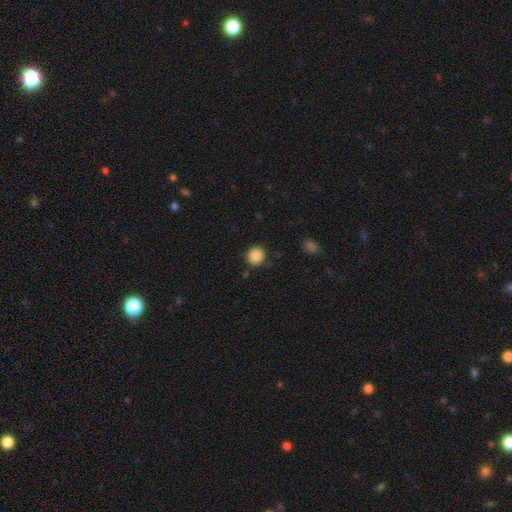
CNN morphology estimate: Q: Smooth or featured?
A: smooth (88%); runner-up: star or artifact (9%)
Q: How rounded?
A: round (83%); runner-up: in between (16%)
Q: Merging?
A: none (86%); runner-up: minor disturbance (9%)